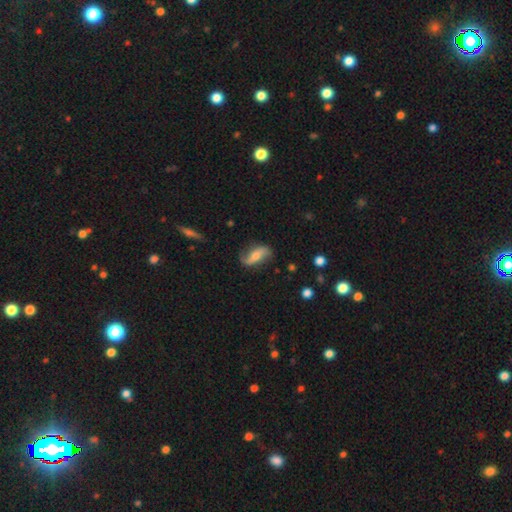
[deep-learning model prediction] Smooth or featured? featured or disk (73%)
Edge-on disk? no (91%)
Bar? no (38%)
Spiral arms? yes (92%)
Spiral winding? loose (79%)
Spiral arm count? 2 (89%)
Bulge size? moderate (53%)
Merging? none (74%)